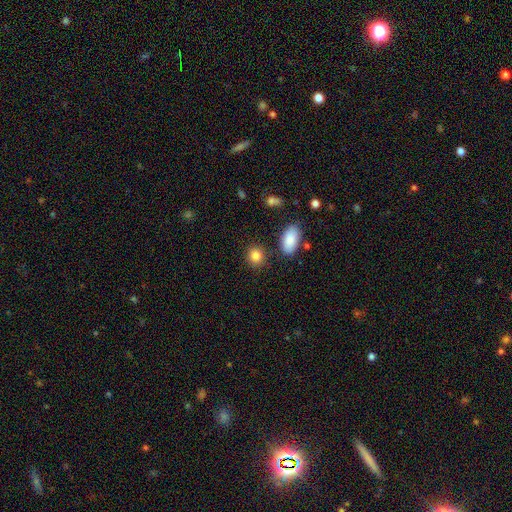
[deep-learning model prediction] Overall: smooth (85%). How rounded: round (72%). Merging: none (85%).